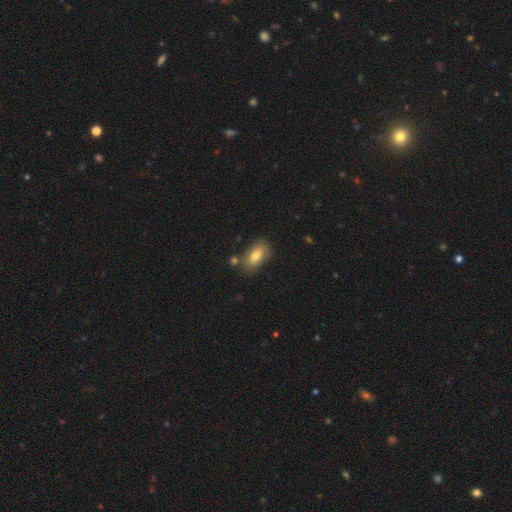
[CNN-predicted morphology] A smooth galaxy with no disk features (74%) that is in between round and cigar-shaped (88%).

Vote fractions:
- Smooth or featured? smooth: 74% / featured or disk: 18% / star or artifact: 8%
- How rounded? in between: 88% / round: 7% / cigar-shaped: 5%
- Merging? none: 70% / minor disturbance: 17% / merger: 8% / major disturbance: 4%